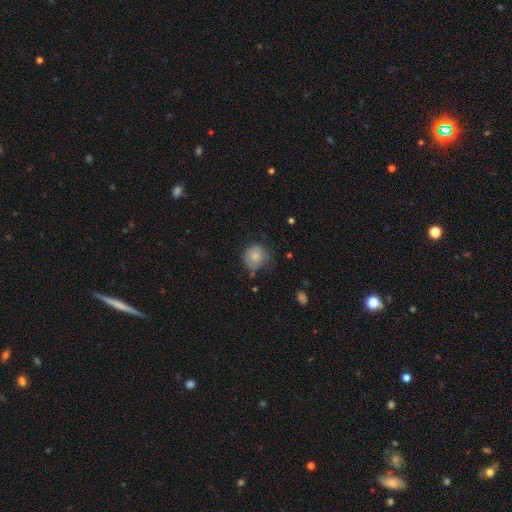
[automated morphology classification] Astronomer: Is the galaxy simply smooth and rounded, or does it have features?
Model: smooth — 78%.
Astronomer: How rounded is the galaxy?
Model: round — 83%.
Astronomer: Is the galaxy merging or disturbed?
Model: none — 56%.